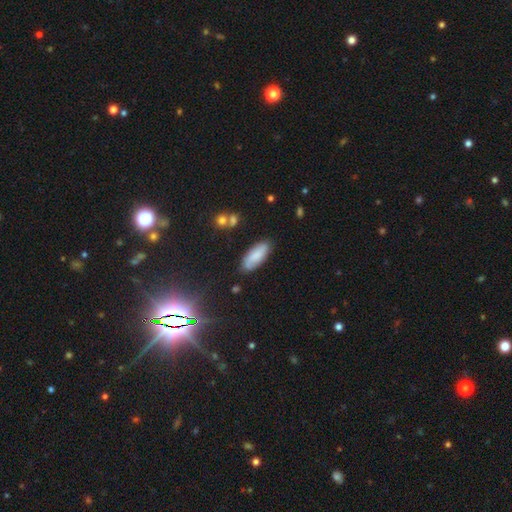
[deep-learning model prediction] Smooth or featured? Predicted: smooth (p=0.72). How rounded? Predicted: in between (p=0.77). Merging? Predicted: none (p=0.77).